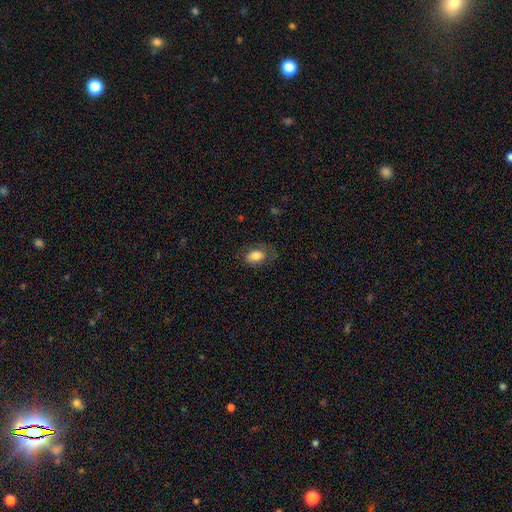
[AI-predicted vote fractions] This appears to be a smooth galaxy with no disk features (80%) that is in between round and cigar-shaped (86%). Merging: none (68%).